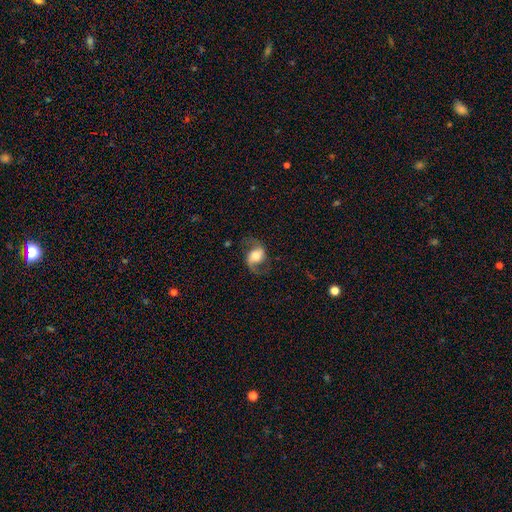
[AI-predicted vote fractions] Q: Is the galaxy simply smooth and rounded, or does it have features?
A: featured or disk — 70%.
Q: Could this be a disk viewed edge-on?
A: no — 96%.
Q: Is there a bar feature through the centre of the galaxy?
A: no — 40%.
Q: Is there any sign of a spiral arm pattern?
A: yes — 91%.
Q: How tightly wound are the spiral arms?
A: loose — 51%.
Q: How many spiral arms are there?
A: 2 — 90%.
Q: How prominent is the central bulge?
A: moderate — 43%.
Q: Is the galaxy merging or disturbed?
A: none — 70%.